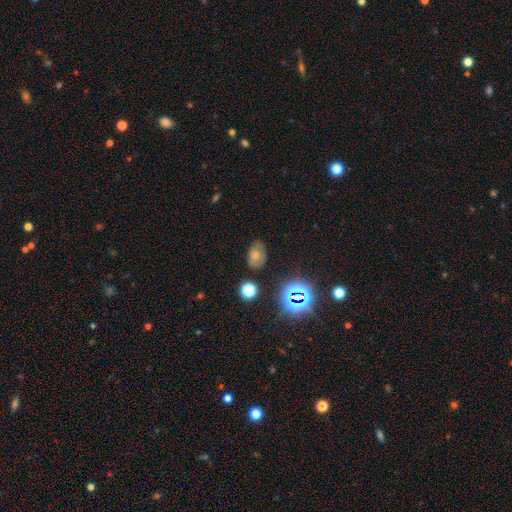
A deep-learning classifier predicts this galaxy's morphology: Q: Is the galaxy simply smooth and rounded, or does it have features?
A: smooth — 65%.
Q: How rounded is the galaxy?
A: in between — 81%.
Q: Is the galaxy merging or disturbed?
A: none — 73%.